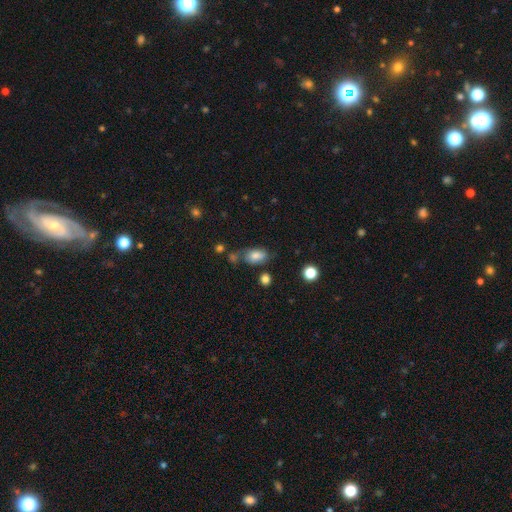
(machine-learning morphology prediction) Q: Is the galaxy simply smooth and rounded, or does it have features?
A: smooth — 74%.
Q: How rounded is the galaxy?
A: in between — 88%.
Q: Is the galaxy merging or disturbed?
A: none — 56%.